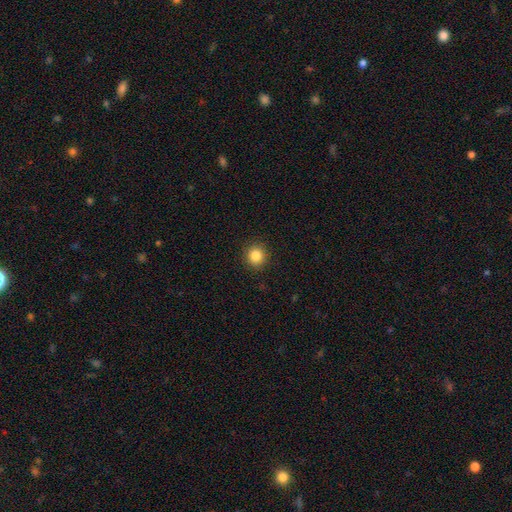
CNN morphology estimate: Smooth or featured? smooth (85%)
How rounded? round (91%)
Merging? none (91%)